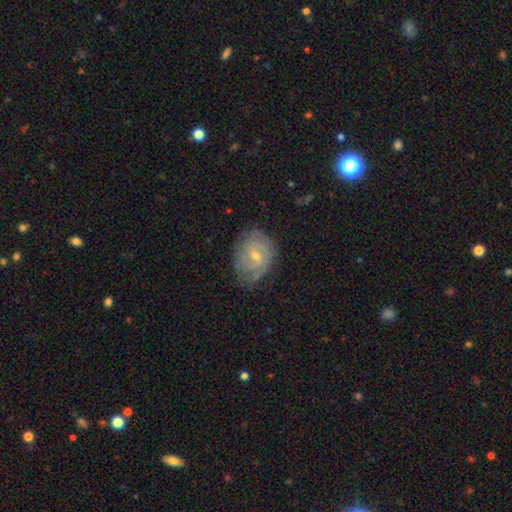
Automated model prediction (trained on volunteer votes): Smooth or featured?
  - featured or disk: 67% *
  - smooth: 25%
  - star or artifact: 8%
Edge-on disk?
  - no: 96% *
  - yes: 4%
Bar?
  - weak: 47% *
  - no: 46%
  - strong: 7%
Spiral arms?
  - yes: 85% *
  - no: 15%
Spiral winding?
  - tight: 63% *
  - medium: 28%
  - loose: 9%
Spiral arm count?
  - can't tell: 45% *
  - 2: 29%
  - 3: 13%
  - 1: 5%
  - 4: 5%
  - more than 4: 3%
Bulge size?
  - small: 53% *
  - moderate: 43%
  - none: 1%
  - large: 1%
  - dominant: 1%
Merging?
  - none: 68% *
  - minor disturbance: 24%
  - major disturbance: 7%
  - merger: 1%